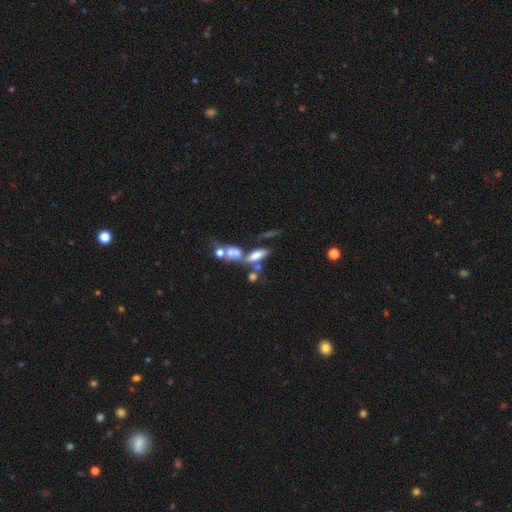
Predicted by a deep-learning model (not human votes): smooth-or-featured: smooth: 53% | featured or disk: 32% | star or artifact: 15%
  how-rounded: in between: 66% | cigar-shaped: 27% | round: 7%
  merging: merger: 48% | none: 28% | major disturbance: 13% | minor disturbance: 11%